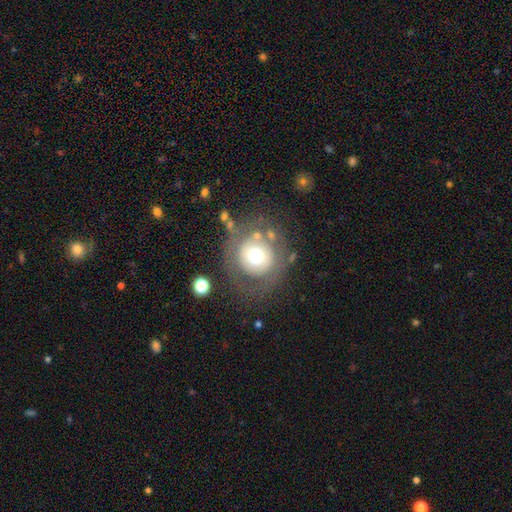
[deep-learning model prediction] This is possibly a smooth galaxy (55%). How rounded: clearly round (92%). Merging: likely none (69%).